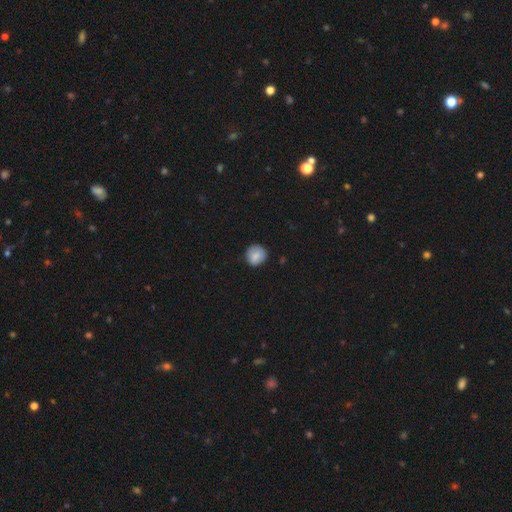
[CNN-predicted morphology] This is clearly a smooth galaxy (84%). How rounded: clearly round (90%). Merging: clearly none (84%).